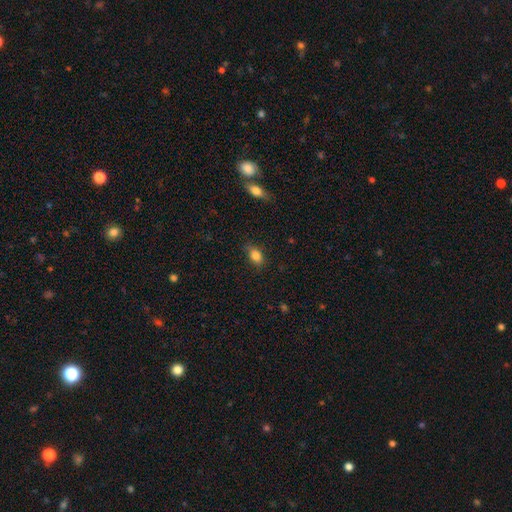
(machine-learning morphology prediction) A smooth galaxy with no disk features (84%) that is in between round and cigar-shaped (80%).

Vote fractions:
- Smooth or featured? smooth: 84% / star or artifact: 9% / featured or disk: 7%
- How rounded? in between: 80% / round: 16% / cigar-shaped: 3%
- Merging? none: 74% / minor disturbance: 20% / major disturbance: 4% / merger: 1%